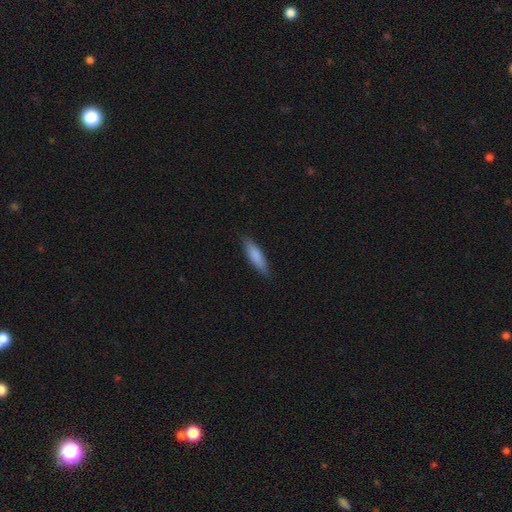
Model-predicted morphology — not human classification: A smooth galaxy with no disk features (84%) that is cigar-shaped (63%).

Vote fractions:
- Smooth or featured? smooth: 84% / featured or disk: 11% / star or artifact: 5%
- How rounded? cigar-shaped: 63% / in between: 35% / round: 1%
- Merging? none: 86% / minor disturbance: 11% / major disturbance: 2% / merger: 1%